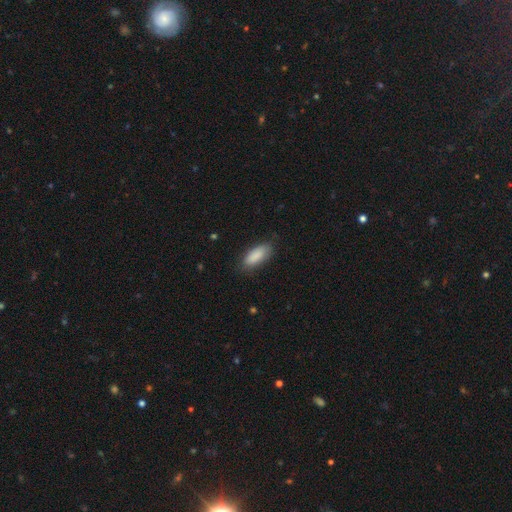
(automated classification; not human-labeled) Q: Smooth or featured?
A: smooth (88%); runner-up: star or artifact (6%)
Q: How rounded?
A: in between (80%); runner-up: cigar-shaped (18%)
Q: Merging?
A: none (80%); runner-up: minor disturbance (15%)